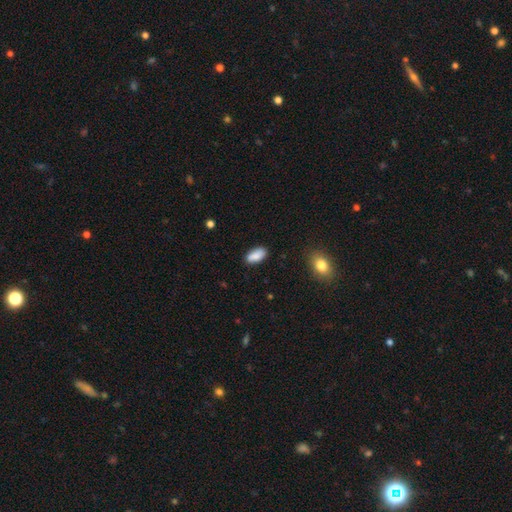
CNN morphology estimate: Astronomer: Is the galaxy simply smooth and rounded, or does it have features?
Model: smooth — 87%.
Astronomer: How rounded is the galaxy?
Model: in between — 91%.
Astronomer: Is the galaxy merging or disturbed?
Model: none — 82%.